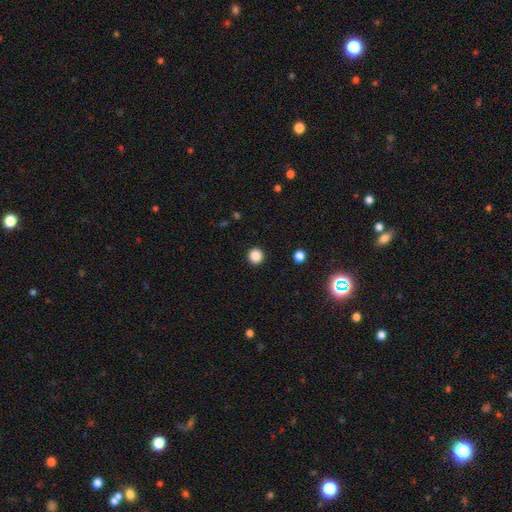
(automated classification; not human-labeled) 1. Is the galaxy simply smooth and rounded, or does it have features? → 86% smooth, 11% star or artifact, 3% featured or disk.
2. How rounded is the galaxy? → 95% round, 4% in between, 1% cigar-shaped.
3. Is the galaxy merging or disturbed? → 93% none, 4% minor disturbance, 2% major disturbance, 1% merger.